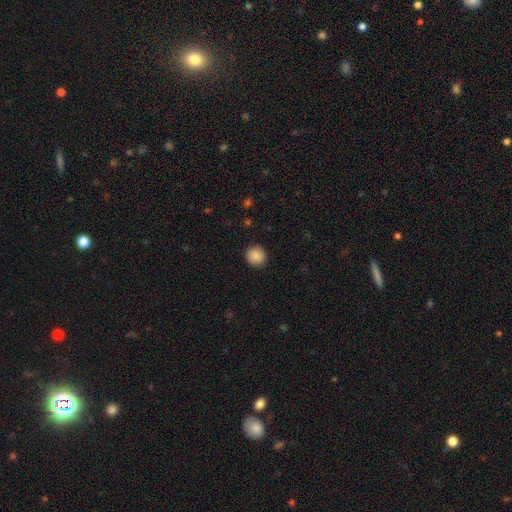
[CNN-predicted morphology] Smooth or featured?
  - smooth: 88% *
  - star or artifact: 8%
  - featured or disk: 4%
How rounded?
  - round: 92% *
  - in between: 7%
  - cigar-shaped: 1%
Merging?
  - none: 91% *
  - minor disturbance: 6%
  - major disturbance: 2%
  - merger: 1%